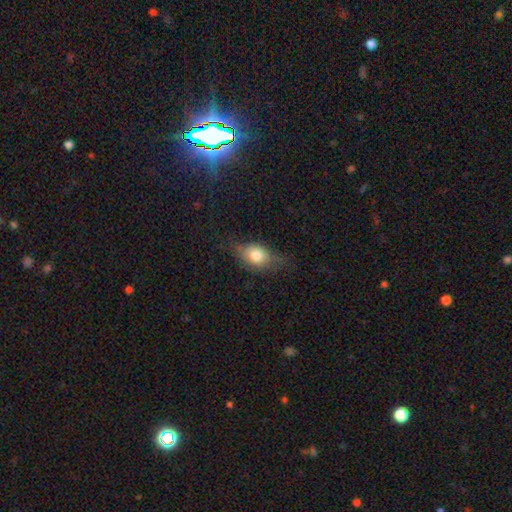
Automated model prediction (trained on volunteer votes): smooth_or_featured: smooth (p=0.71) [alt: featured or disk p=0.19]
how_rounded: in between (p=0.70) [alt: round p=0.26]
merging: none (p=0.55) [alt: minor disturbance p=0.30]